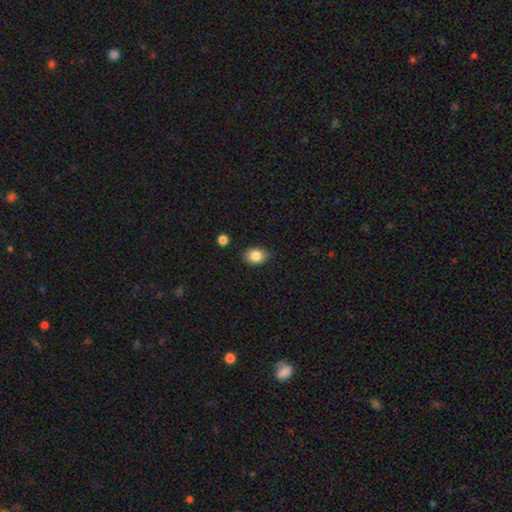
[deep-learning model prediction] Smooth or featured: smooth — 85% (star or artifact — 9%)
How rounded: in between — 69% (round — 30%)
Merging: none — 83% (minor disturbance — 12%)